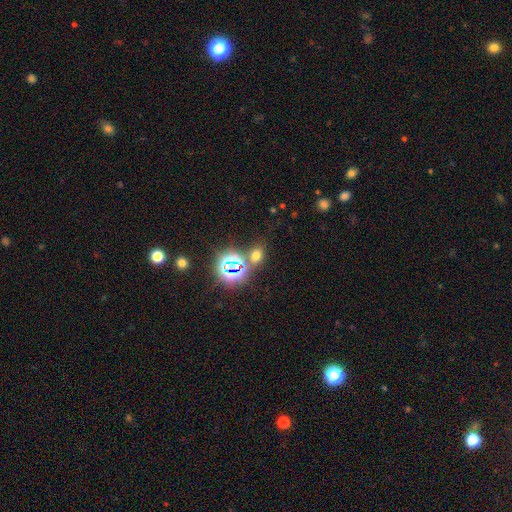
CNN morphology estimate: Smooth or featured?
  - smooth: 55% *
  - star or artifact: 38%
  - featured or disk: 8%
How rounded?
  - in between: 50% *
  - round: 48%
  - cigar-shaped: 2%
Merging?
  - none: 75% *
  - merger: 11%
  - minor disturbance: 10%
  - major disturbance: 4%